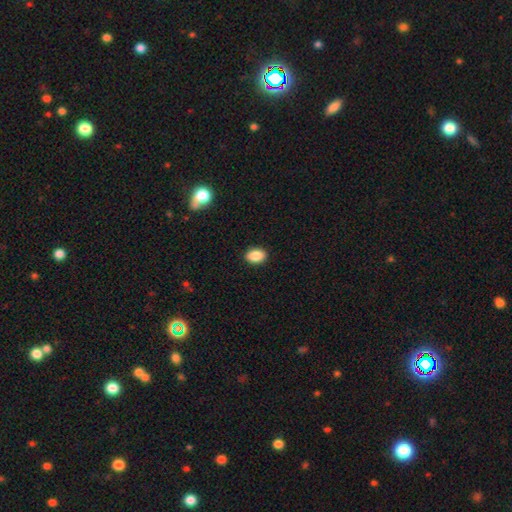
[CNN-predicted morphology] Overall: smooth (88%). How rounded: in between (78%). Merging: none (91%).